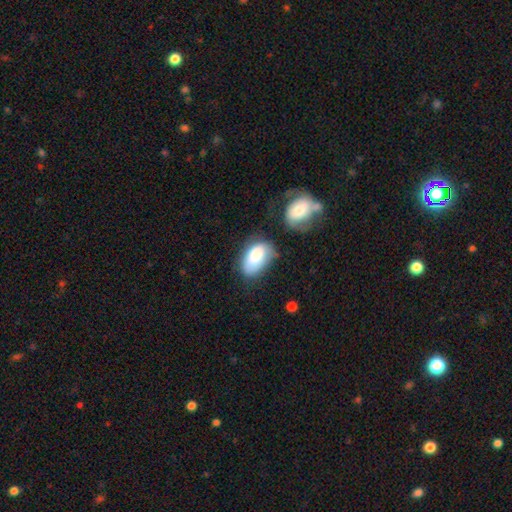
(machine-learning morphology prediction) This appears to be a smooth galaxy with no disk features (82%) that is in between round and cigar-shaped (93%). Merging: none (46%).